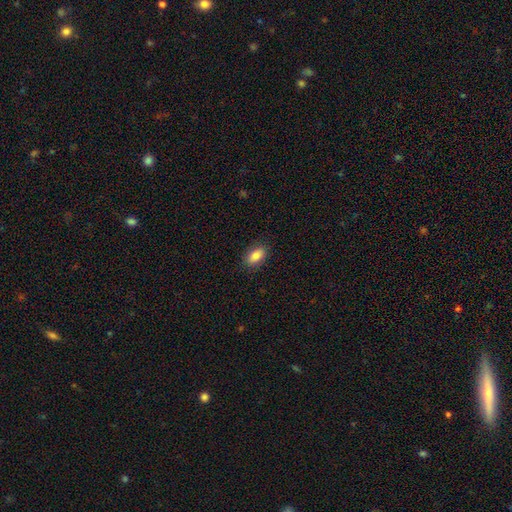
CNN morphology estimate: The model was most divided on "merging": none: 87%, minor disturbance: 10%, major disturbance: 2%, merger: 1%. More confident: how rounded — in between (90%); smooth or featured — smooth (85%).